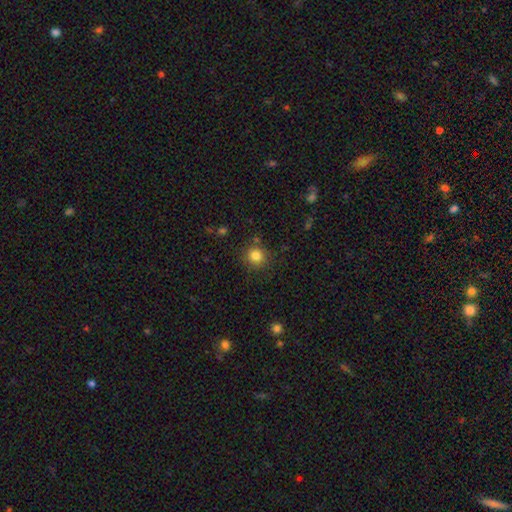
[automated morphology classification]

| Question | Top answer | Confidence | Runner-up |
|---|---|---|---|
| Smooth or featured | smooth | 83% | star or artifact (12%) |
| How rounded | round | 90% | in between (9%) |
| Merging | none | 84% | minor disturbance (9%) |